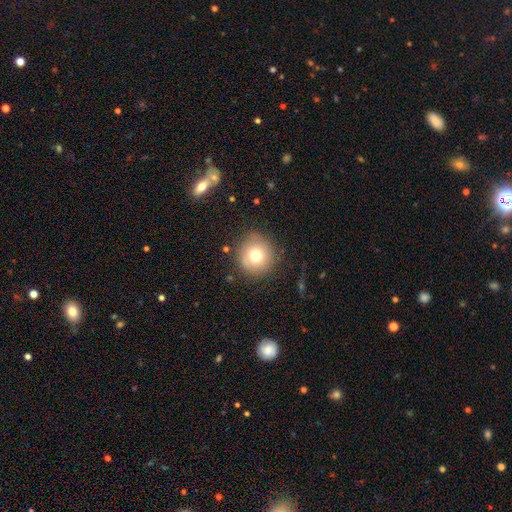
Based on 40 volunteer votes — Smooth or featured? 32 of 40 (80%) said smooth. How rounded? 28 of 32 (88%) said round. Merging? 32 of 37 (86%) said none.